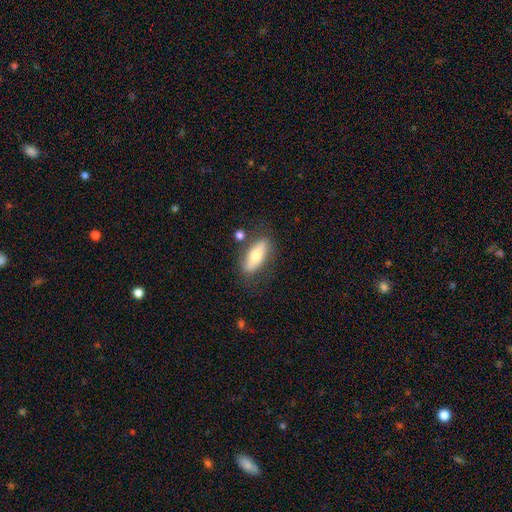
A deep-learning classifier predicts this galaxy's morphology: Smooth or featured? Predicted: smooth (p=0.63). How rounded? Predicted: in between (p=0.67). Merging? Predicted: none (p=0.76).